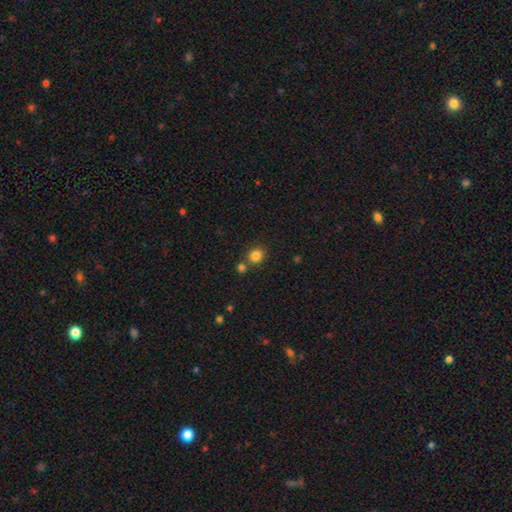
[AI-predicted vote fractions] Morphology: type=smooth (83%); roundness=round (82%); merging=none (71%).